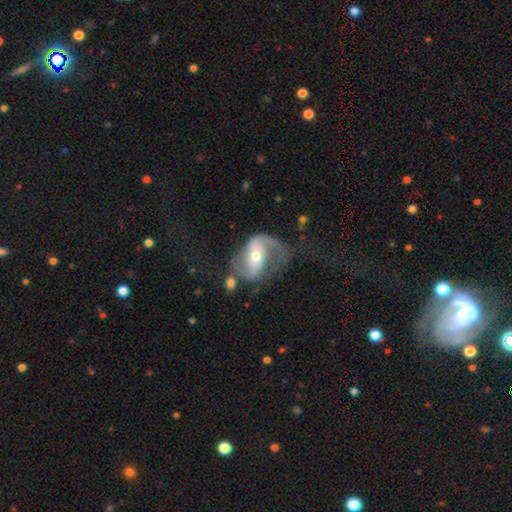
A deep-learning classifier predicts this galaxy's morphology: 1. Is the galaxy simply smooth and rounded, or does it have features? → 84% featured or disk, 11% smooth, 6% star or artifact.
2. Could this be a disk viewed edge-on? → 97% no, 3% yes.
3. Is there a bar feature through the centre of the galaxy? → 35% weak (tied), 35% strong (tied), 30% no.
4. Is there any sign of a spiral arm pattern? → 94% yes, 6% no.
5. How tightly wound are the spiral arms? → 49% loose, 40% medium, 11% tight.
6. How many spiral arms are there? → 79% 2, 15% 1, 4% can't tell, 1% 3, 1% 4, 1% more than 4.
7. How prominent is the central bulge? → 53% moderate, 40% small, 5% large, 1% none, 1% dominant.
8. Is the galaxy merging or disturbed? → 48% none, 27% major disturbance, 20% minor disturbance, 6% merger.